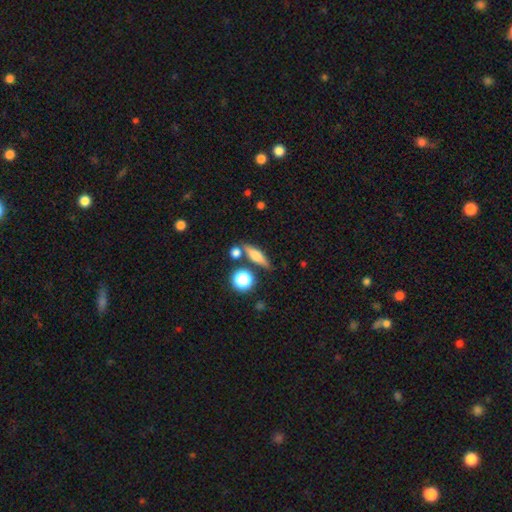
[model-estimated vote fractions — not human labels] Smooth or featured? Predicted: smooth (p=0.56). How rounded? Predicted: cigar-shaped (p=0.54). Merging? Predicted: none (p=0.74).